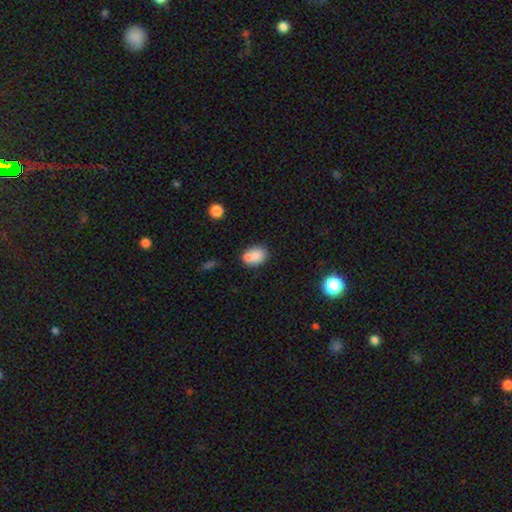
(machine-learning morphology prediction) This appears to be a smooth galaxy with no disk features (78%) that is in between round and cigar-shaped (63%). Merging: none (48%).